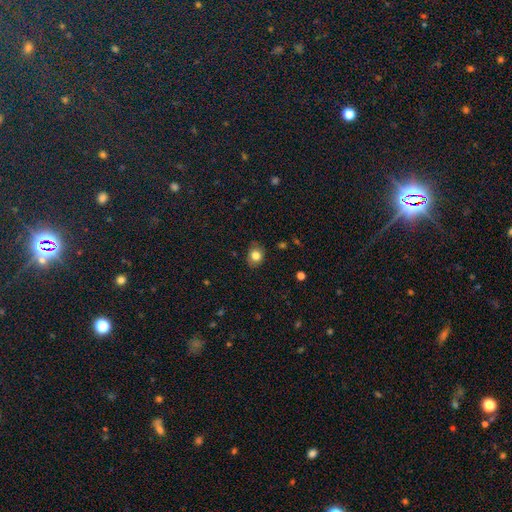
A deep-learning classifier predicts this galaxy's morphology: Smooth or featured: smooth — 81% (star or artifact — 11%)
How rounded: round — 59% (in between — 40%)
Merging: none — 82% (minor disturbance — 14%)